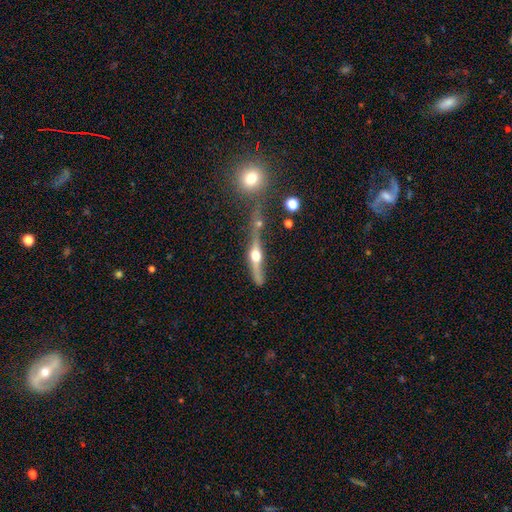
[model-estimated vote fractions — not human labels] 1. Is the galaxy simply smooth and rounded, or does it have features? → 72% featured or disk, 18% smooth, 10% star or artifact.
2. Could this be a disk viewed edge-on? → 93% yes, 7% no.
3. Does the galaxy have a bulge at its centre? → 95% rounded, 3% boxy, 2% none.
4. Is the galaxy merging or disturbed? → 61% none, 18% merger, 15% minor disturbance, 7% major disturbance.